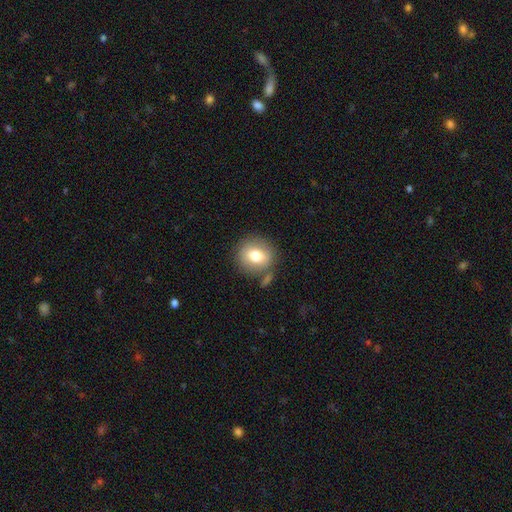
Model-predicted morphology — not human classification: Smooth or featured: smooth — 74% (featured or disk — 17%)
How rounded: round — 79% (in between — 20%)
Merging: none — 76% (minor disturbance — 12%)